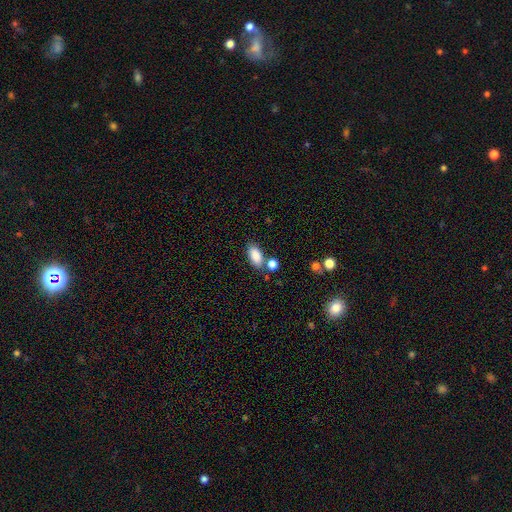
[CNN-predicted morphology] Smooth or featured? smooth (87%)
How rounded? in between (91%)
Merging? none (68%)